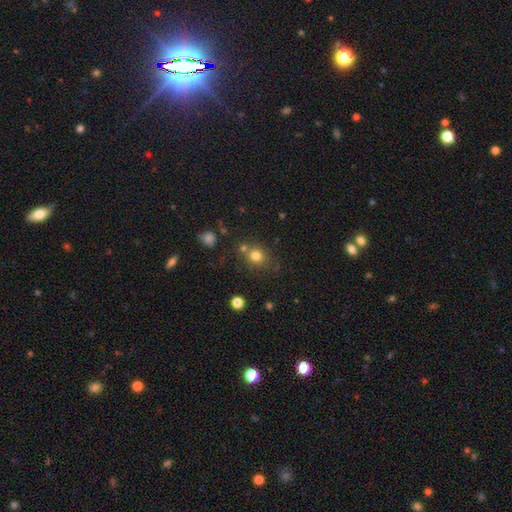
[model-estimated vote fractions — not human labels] A smooth galaxy with no disk features (78%) that is round (76%).

Vote fractions:
- Smooth or featured? smooth: 78% / star or artifact: 14% / featured or disk: 8%
- How rounded? round: 76% / in between: 23% / cigar-shaped: 1%
- Merging? none: 68% / merger: 16% / minor disturbance: 12% / major disturbance: 4%